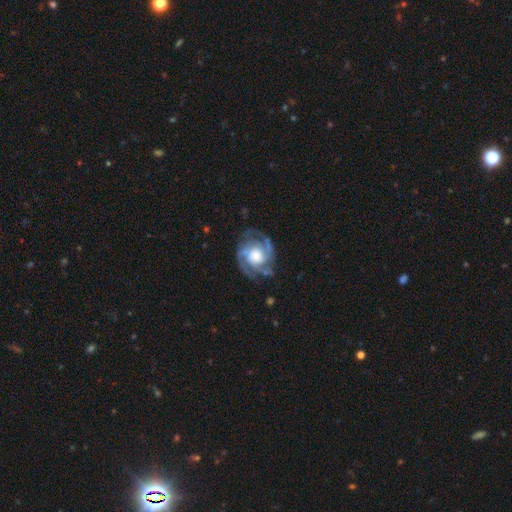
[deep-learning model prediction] featured or disk 87%, smooth 8%, star or artifact 5%. Down the decision tree: edge-on disk — no (98%); bar — no (72%); spiral arms — yes (97%); spiral arm count — 2 (42%); spiral winding — tight (48%); bulge size — large (43%); merging — none (74%).